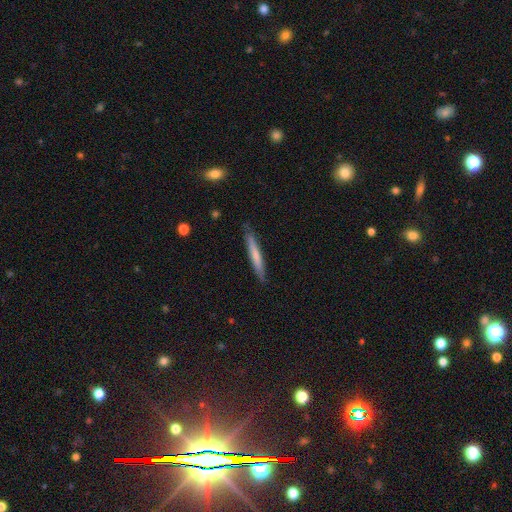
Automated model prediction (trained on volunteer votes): A smooth galaxy with no disk features (66%) that is cigar-shaped (95%).

Vote fractions:
- Smooth or featured? smooth: 66% / featured or disk: 29% / star or artifact: 5%
- How rounded? cigar-shaped: 95% / in between: 4% / round: 1%
- Merging? none: 86% / minor disturbance: 11% / major disturbance: 2% / merger: 1%